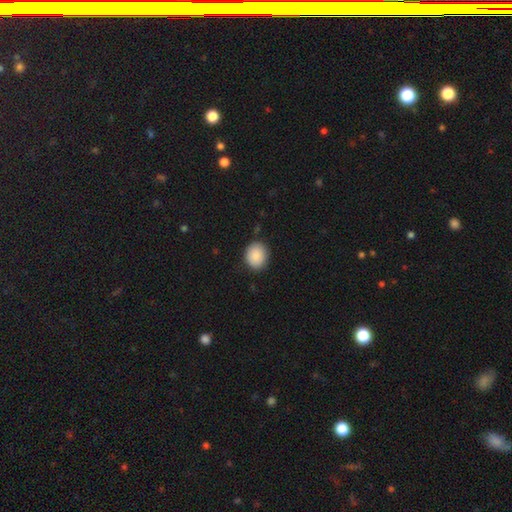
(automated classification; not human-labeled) Smooth or featured? smooth (89%)
How rounded? round (67%)
Merging? none (87%)